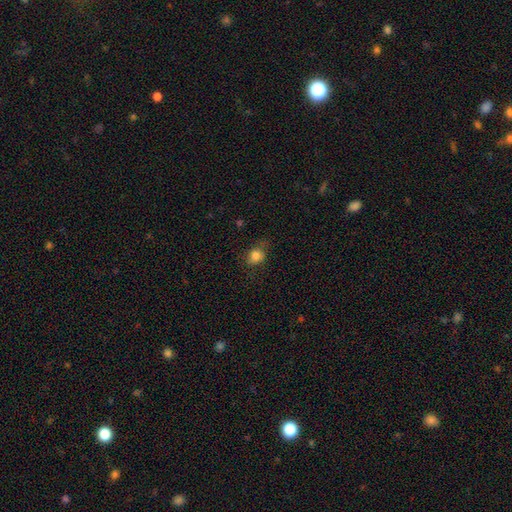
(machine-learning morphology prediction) The model was most divided on "how rounded": round: 58%, in between: 41%, cigar-shaped: 1%. More confident: smooth or featured — smooth (82%); merging — none (65%).